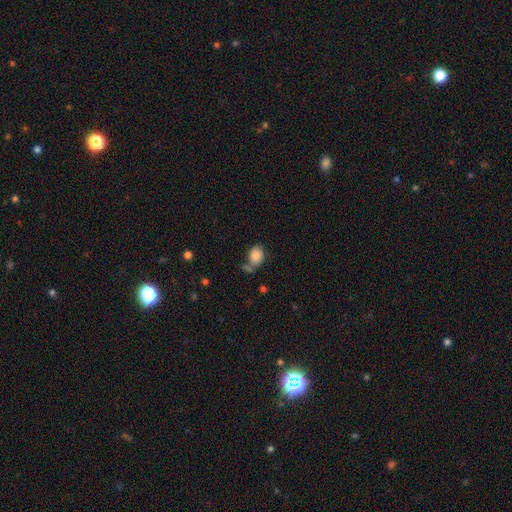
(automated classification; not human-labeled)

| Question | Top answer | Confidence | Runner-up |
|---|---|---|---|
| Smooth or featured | smooth | 85% | star or artifact (9%) |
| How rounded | in between | 66% | round (32%) |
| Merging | none | 52% | minor disturbance (20%) |